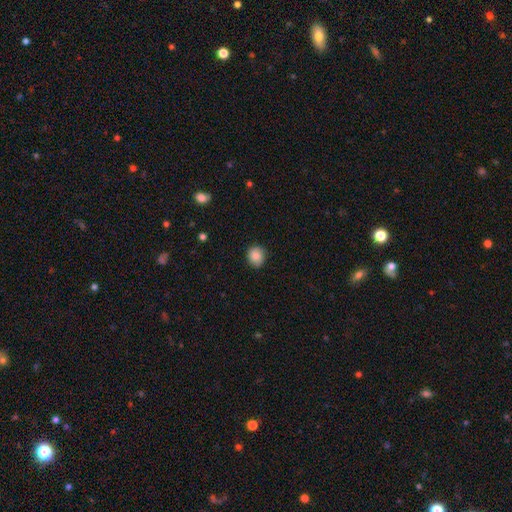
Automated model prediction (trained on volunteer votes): Smooth or featured?
  - smooth: 87% *
  - star or artifact: 8%
  - featured or disk: 5%
How rounded?
  - round: 77% *
  - in between: 22%
  - cigar-shaped: 1%
Merging?
  - none: 86% *
  - minor disturbance: 11%
  - major disturbance: 2%
  - merger: 1%